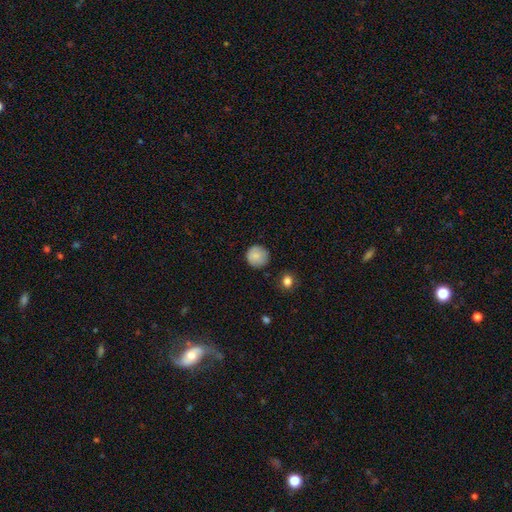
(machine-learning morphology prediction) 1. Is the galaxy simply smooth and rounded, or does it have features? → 85% smooth, 7% star or artifact, 7% featured or disk.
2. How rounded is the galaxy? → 95% round, 4% in between, 1% cigar-shaped.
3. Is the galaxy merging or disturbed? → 86% none, 10% minor disturbance, 2% major disturbance, 1% merger.